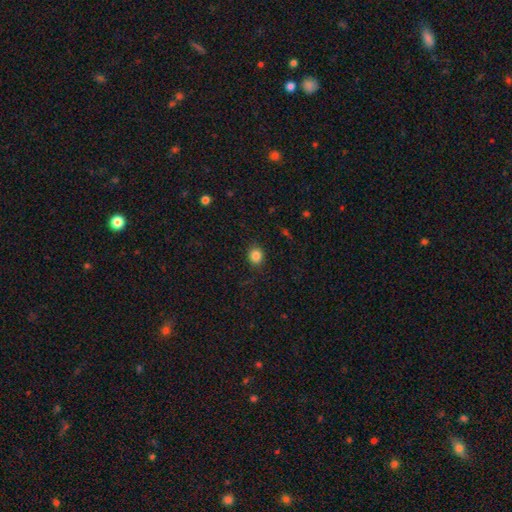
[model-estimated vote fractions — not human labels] A smooth galaxy with no disk features (85%) that is round (77%). Merging: none (88%).